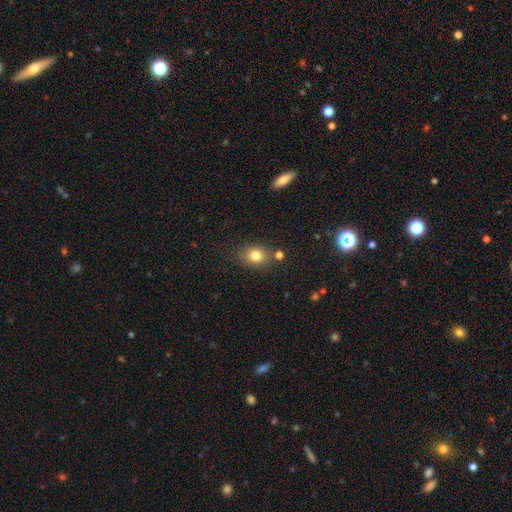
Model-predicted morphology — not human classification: This appears to be a smooth galaxy with no disk features (81%) that is round (56%). Merging: none (77%).